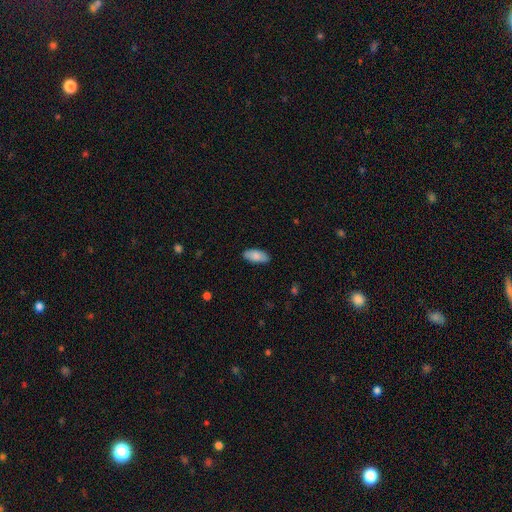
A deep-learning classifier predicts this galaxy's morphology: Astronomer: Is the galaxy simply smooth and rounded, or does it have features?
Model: smooth — 84%.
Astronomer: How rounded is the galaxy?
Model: in between — 88%.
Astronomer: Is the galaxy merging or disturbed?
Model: none — 87%.